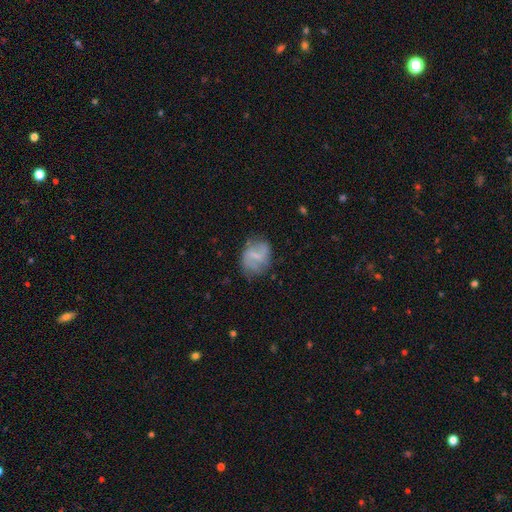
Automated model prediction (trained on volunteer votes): featured or disk 52%, smooth 40%, star or artifact 8%. Down the decision tree: edge-on disk — no (97%); merging — none (61%).